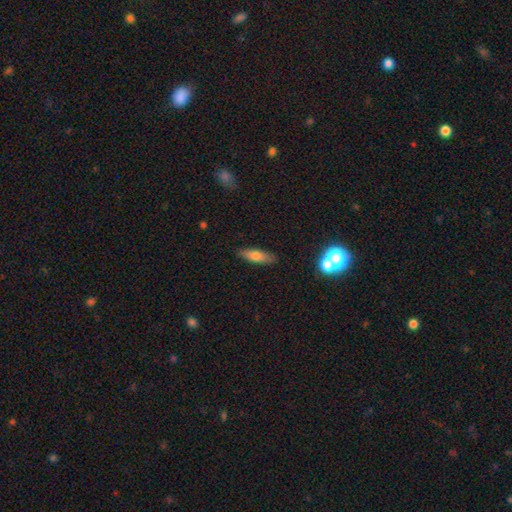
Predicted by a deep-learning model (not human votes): A smooth galaxy with no disk features (72%) that is cigar-shaped (52%).

Vote fractions:
- Smooth or featured? smooth: 72% / featured or disk: 20% / star or artifact: 8%
- How rounded? cigar-shaped: 52% / in between: 46% / round: 2%
- Merging? none: 86% / minor disturbance: 10% / major disturbance: 2% / merger: 2%